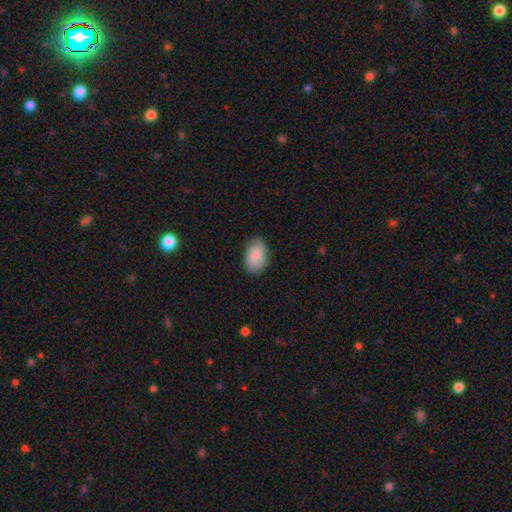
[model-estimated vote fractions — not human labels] Overall: smooth (84%). How rounded: in between (88%). Merging: none (78%).